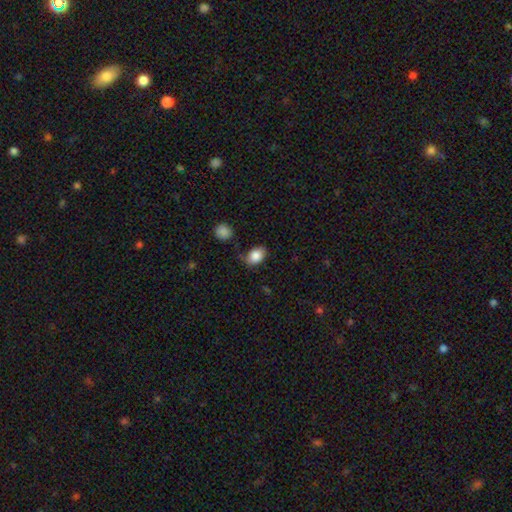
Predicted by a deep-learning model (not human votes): Smooth or featured? smooth (85%)
How rounded? in between (79%)
Merging? none (70%)